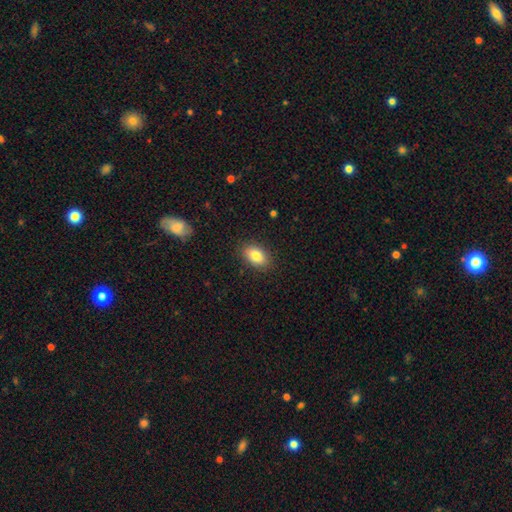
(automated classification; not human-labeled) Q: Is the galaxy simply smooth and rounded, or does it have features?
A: smooth — 85%.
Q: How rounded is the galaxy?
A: in between — 89%.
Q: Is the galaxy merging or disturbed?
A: none — 88%.